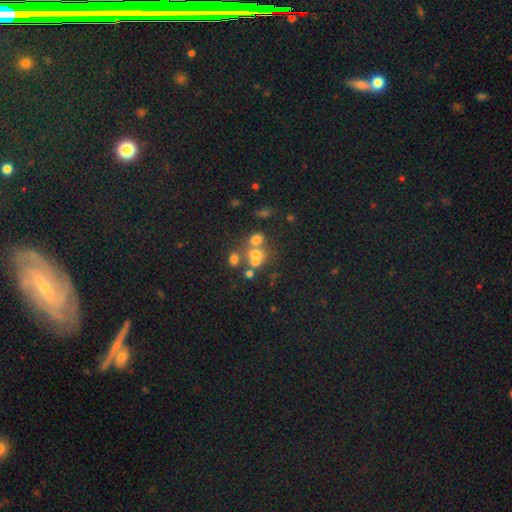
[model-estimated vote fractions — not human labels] A smooth galaxy with no disk features (56%) that is round (68%). Merging: merger (48%).